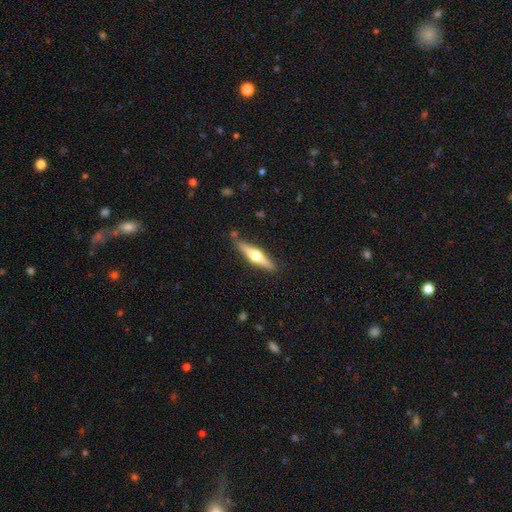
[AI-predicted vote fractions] Smooth or featured?
  - featured or disk: 64% *
  - smooth: 31%
  - star or artifact: 5%
Edge-on disk?
  - yes: 96% *
  - no: 4%
Edge-on bulge?
  - rounded: 95% *
  - boxy: 3%
  - none: 2%
Merging?
  - none: 85% *
  - minor disturbance: 11%
  - merger: 2%
  - major disturbance: 2%